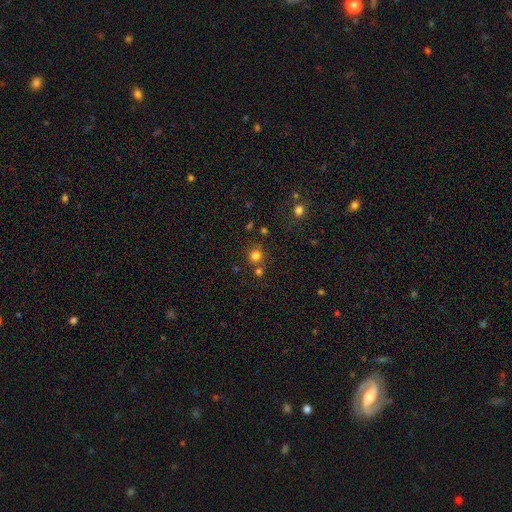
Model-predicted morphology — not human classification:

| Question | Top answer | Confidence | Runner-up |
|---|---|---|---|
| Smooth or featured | smooth | 77% | star or artifact (17%) |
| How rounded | round | 90% | in between (9%) |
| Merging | none | 73% | merger (16%) |